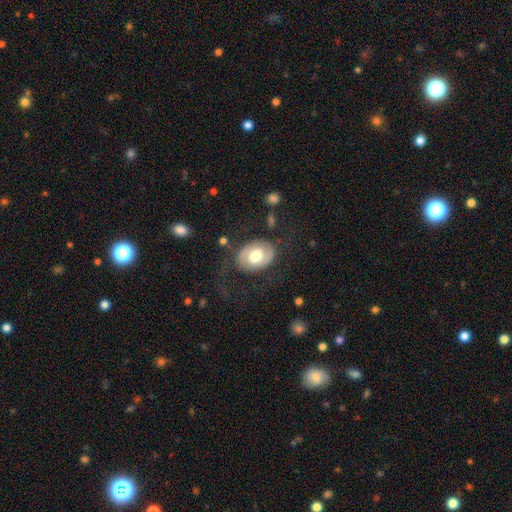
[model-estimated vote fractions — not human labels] Overall: smooth (50%; featured or disk 44%). How rounded: in between (75%). Merging: none (62%).